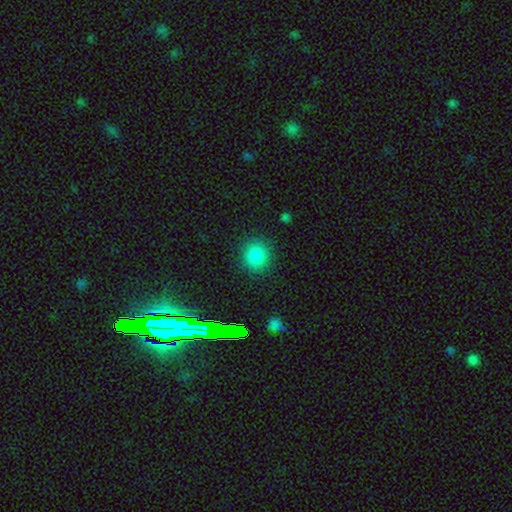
This is clearly a smooth galaxy (87%). How rounded: clearly round (88%). Merging: clearly none (83%).